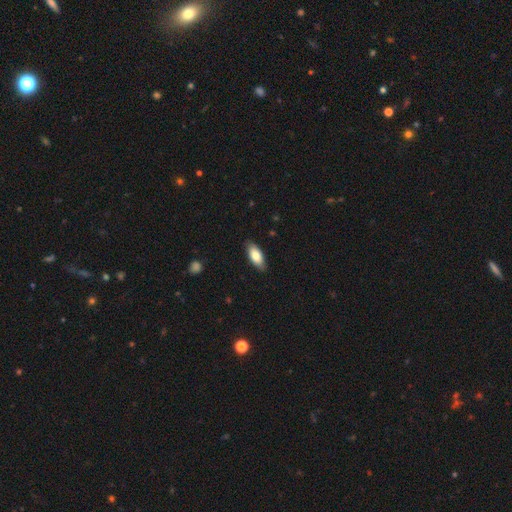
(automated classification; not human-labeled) smooth_or_featured: smooth (p=0.81) [alt: featured or disk p=0.13]
how_rounded: in between (p=0.86) [alt: cigar-shaped p=0.12]
merging: none (p=0.85) [alt: minor disturbance p=0.12]